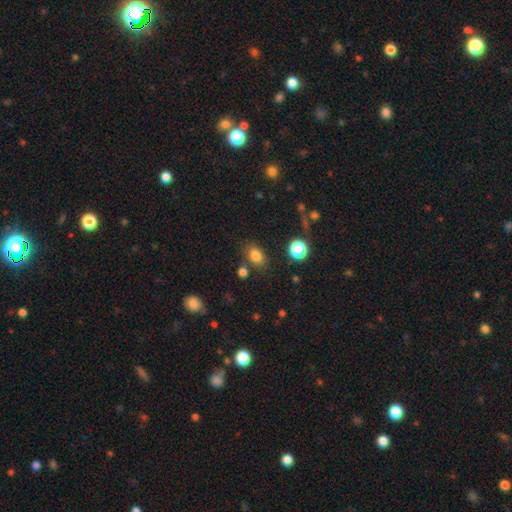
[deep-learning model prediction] Smooth or featured? Predicted: smooth (p=0.80). How rounded? Predicted: in between (p=0.72). Merging? Predicted: none (p=0.75).